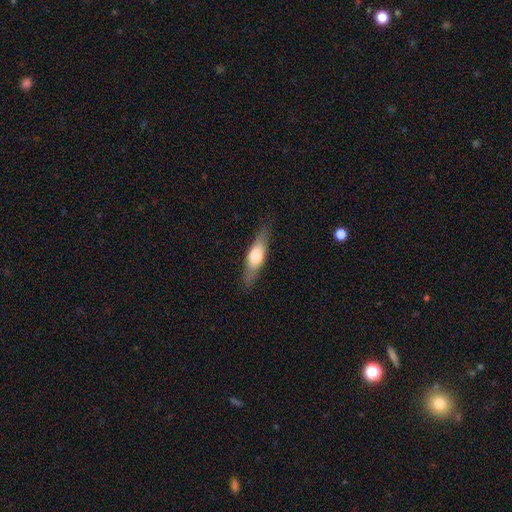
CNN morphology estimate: Overall: smooth (53%; featured or disk 41%). How rounded: cigar-shaped (54%; in between 43%). Merging: none (83%).